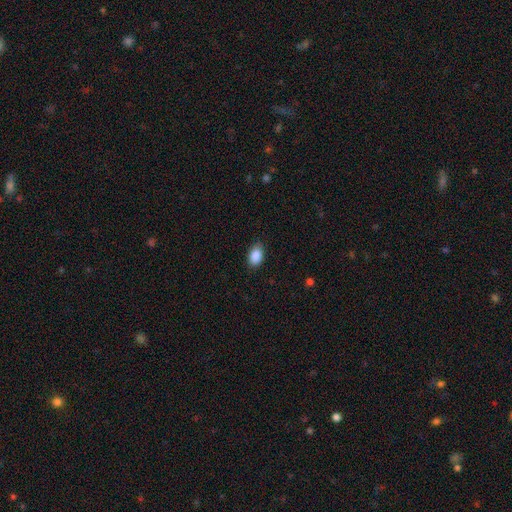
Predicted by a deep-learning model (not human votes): Q: Smooth or featured?
A: smooth (89%); runner-up: star or artifact (7%)
Q: How rounded?
A: in between (89%); runner-up: round (10%)
Q: Merging?
A: none (83%); runner-up: minor disturbance (13%)